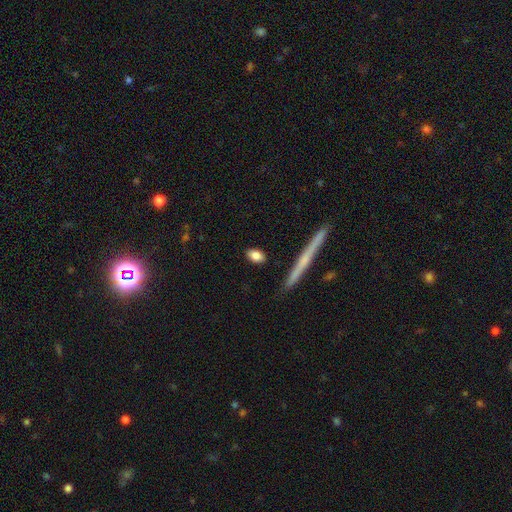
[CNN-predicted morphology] smooth-or-featured: smooth: 82% | featured or disk: 11% | star or artifact: 7%
  how-rounded: in between: 85% | cigar-shaped: 8% | round: 6%
  merging: none: 87% | minor disturbance: 9% | major disturbance: 2% | merger: 2%